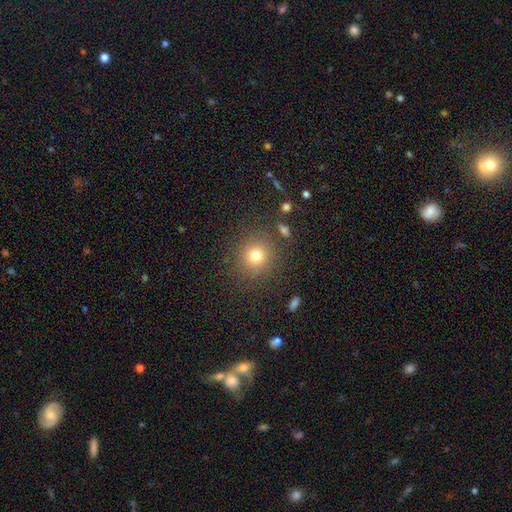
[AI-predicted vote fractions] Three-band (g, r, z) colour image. It shows a smooth galaxy with no disk features (76%) that is round (89%). Merging: none (84%).